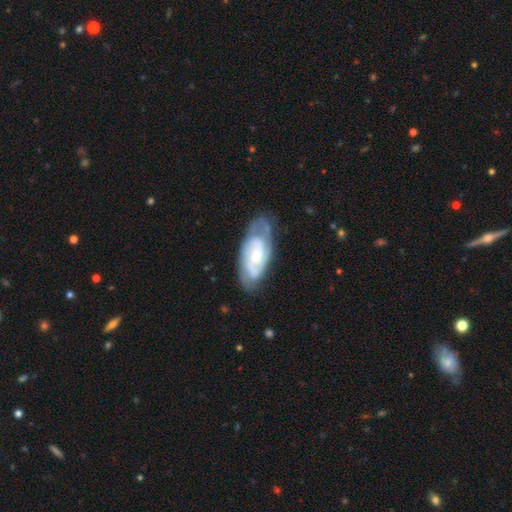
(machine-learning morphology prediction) A featured or disk galaxy (82%) with no bar (52%), 2 (56%) tight (50%) spiral arms (95%) and a small central bulge (53%). Merging: none (72%).